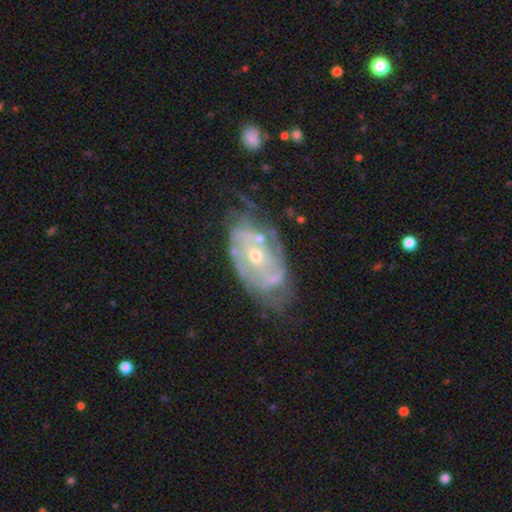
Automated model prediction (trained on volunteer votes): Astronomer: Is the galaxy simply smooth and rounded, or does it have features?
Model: featured or disk — 83%.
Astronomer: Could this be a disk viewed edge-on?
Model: no — 95%.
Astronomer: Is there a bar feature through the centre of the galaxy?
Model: no — 68%.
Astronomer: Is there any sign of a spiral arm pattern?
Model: yes — 81%.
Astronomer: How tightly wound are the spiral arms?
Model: tight — 58%.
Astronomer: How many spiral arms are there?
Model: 2 — 39%, tied with can't tell at 39%.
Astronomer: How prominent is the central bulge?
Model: small — 53% (runner-up: moderate, 44%).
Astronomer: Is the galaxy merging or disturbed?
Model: none — 57%.